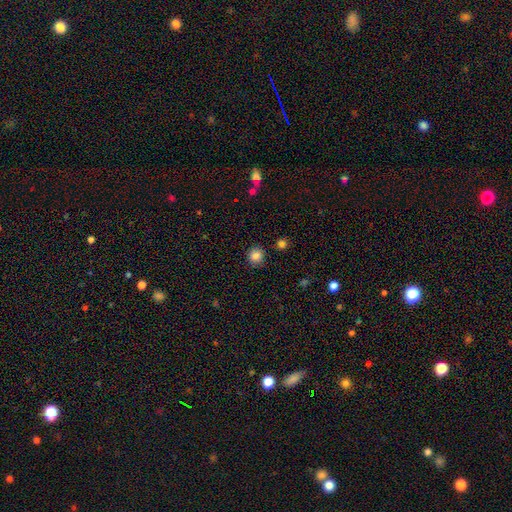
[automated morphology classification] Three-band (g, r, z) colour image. It shows a smooth galaxy with no disk features (85%) that is round (91%). Merging: none (89%).